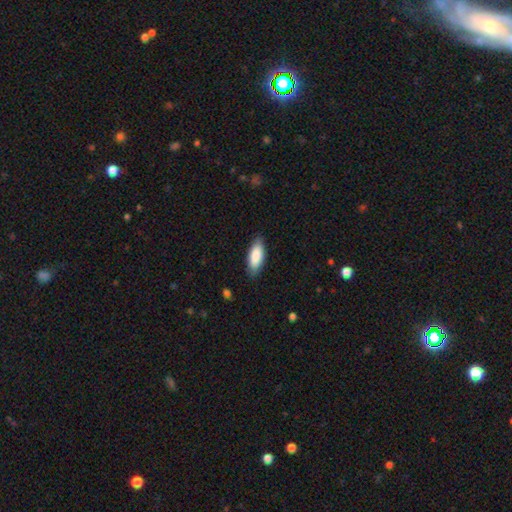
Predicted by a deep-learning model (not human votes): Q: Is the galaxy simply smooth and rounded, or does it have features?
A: smooth — 87%.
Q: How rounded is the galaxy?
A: in between — 79%.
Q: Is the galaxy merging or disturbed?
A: none — 83%.